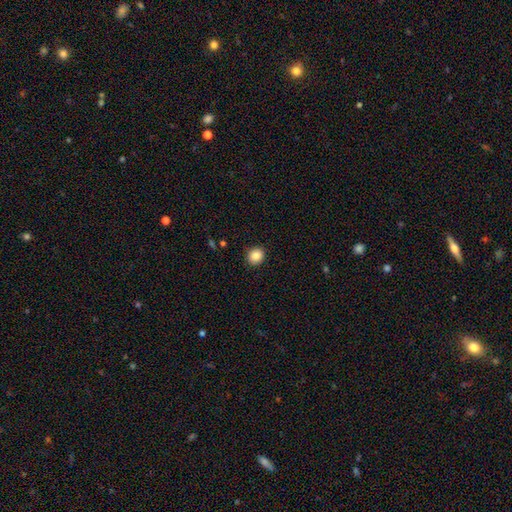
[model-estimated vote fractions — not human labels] Overall: smooth (87%). How rounded: round (79%). Merging: none (91%).